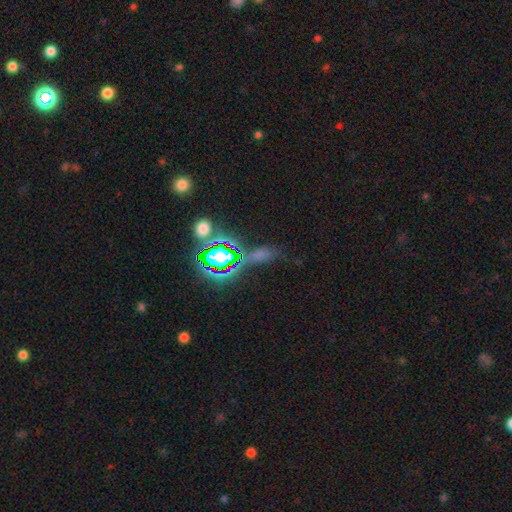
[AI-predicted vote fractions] This is possibly a star or artifact rather than a galaxy (57%).